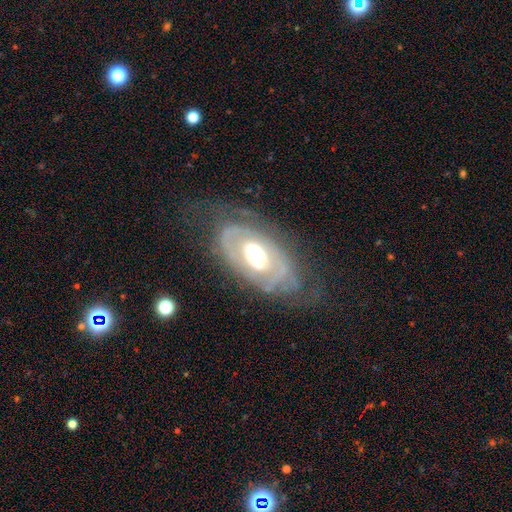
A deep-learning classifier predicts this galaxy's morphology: smooth-or-featured: featured or disk: 74% | smooth: 19% | star or artifact: 7%
  disk-edge-on: no: 92% | yes: 8%
    bar: no: 65% | weak: 24% | strong: 11%
    has-spiral-arms: yes: 63% | no: 37%
    bulge-size: moderate: 57% | large: 32% | small: 6% | dominant: 4% | none: 1%
  merging: none: 59% | minor disturbance: 22% | major disturbance: 18% | merger: 2%